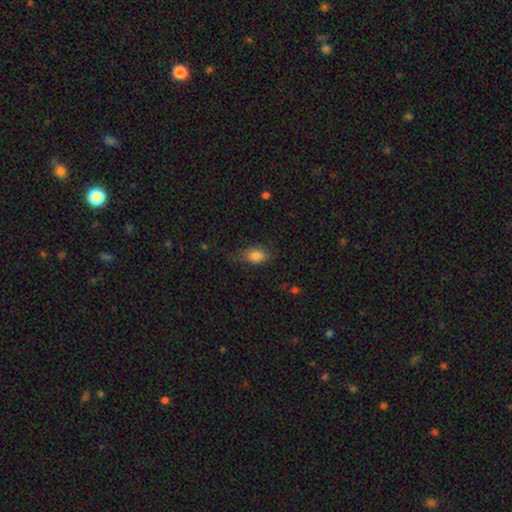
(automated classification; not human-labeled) smooth-or-featured: smooth: 84% | star or artifact: 9% | featured or disk: 7%
  how-rounded: in between: 85% | round: 12% | cigar-shaped: 4%
  merging: none: 69% | minor disturbance: 23% | major disturbance: 7% | merger: 1%